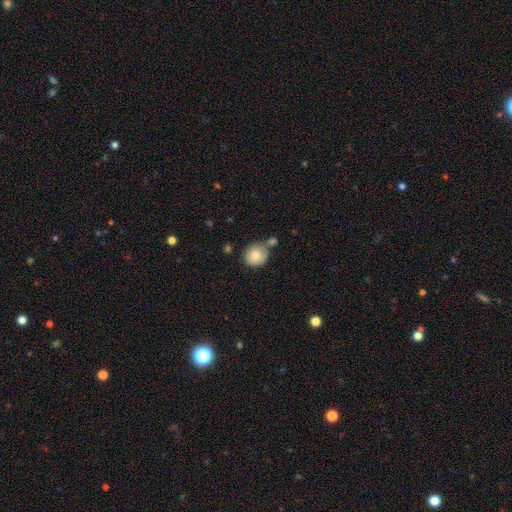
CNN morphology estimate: Smooth or featured: smooth — 84% (featured or disk — 9%)
How rounded: round — 84% (in between — 15%)
Merging: none — 57% (merger — 20%)